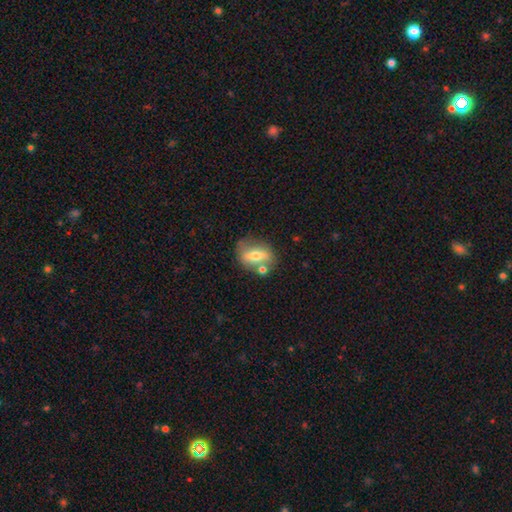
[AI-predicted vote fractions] Q: Smooth or featured?
A: featured or disk (49%); runner-up: smooth (43%)
Q: Merging?
A: none (65%); runner-up: minor disturbance (16%)